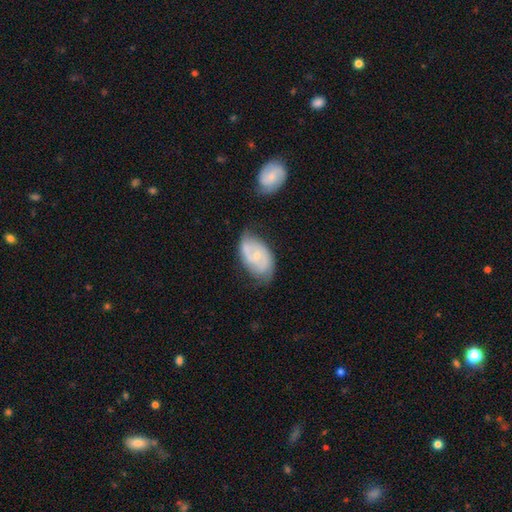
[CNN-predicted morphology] Smooth or featured?
  - featured or disk: 68% *
  - smooth: 26%
  - star or artifact: 6%
Edge-on disk?
  - no: 96% *
  - yes: 4%
Bar?
  - no: 65% *
  - weak: 30%
  - strong: 5%
Spiral arms?
  - yes: 83% *
  - no: 17%
Spiral winding?
  - medium: 41% * (tied)
  - tight: 41% * (tied)
  - loose: 18%
Spiral arm count?
  - 2: 63% *
  - can't tell: 24%
  - 3: 6%
  - 1: 4%
  - 4: 2%
  - more than 4: 2%
Bulge size?
  - small: 64% *
  - moderate: 32%
  - none: 2%
  - large: 1%
  - dominant: 1%
Merging?
  - none: 55% *
  - minor disturbance: 30%
  - major disturbance: 10%
  - merger: 6%